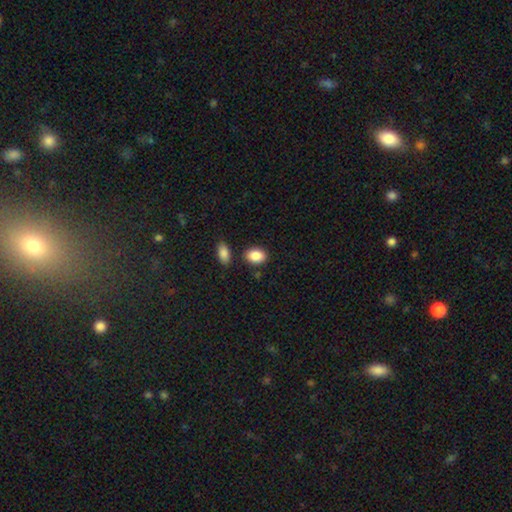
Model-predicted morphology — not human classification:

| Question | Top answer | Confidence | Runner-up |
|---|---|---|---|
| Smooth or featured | smooth | 89% | star or artifact (7%) |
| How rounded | in between | 80% | round (19%) |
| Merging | none | 81% | minor disturbance (10%) |